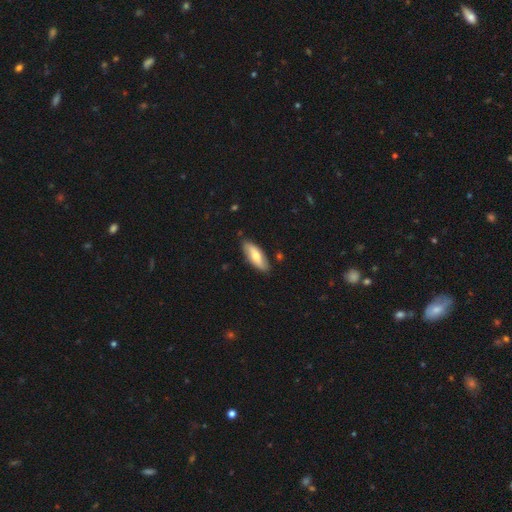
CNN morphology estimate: A smooth galaxy with no disk features (59%) that is in between round and cigar-shaped (69%). Merging: none (86%).